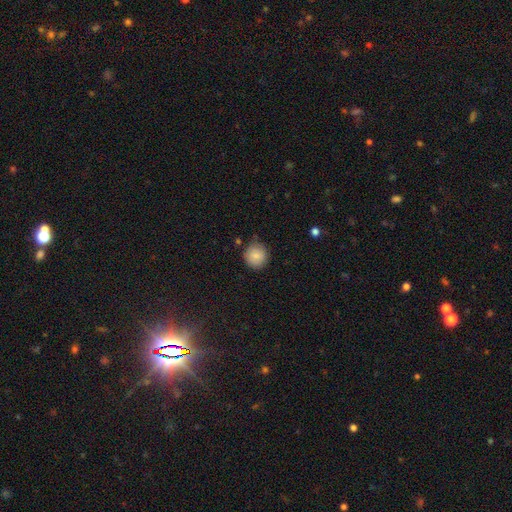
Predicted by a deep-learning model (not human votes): A smooth galaxy with no disk features (85%) that is round (92%). Merging: none (83%).